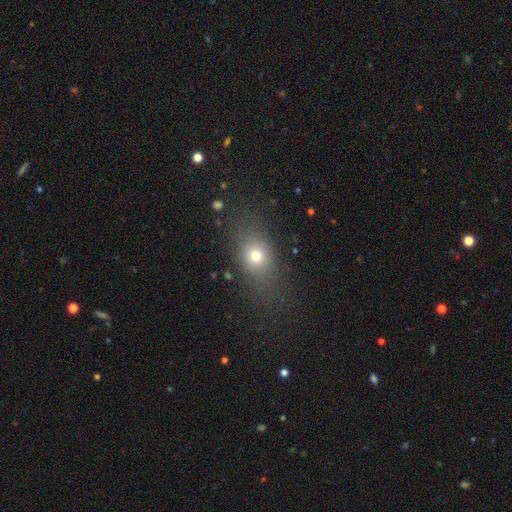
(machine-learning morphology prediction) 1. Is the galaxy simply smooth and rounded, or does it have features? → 71% smooth, 15% star or artifact, 13% featured or disk.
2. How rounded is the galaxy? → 60% in between, 36% round, 4% cigar-shaped.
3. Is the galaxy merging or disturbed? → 72% none, 14% minor disturbance, 11% major disturbance, 3% merger.